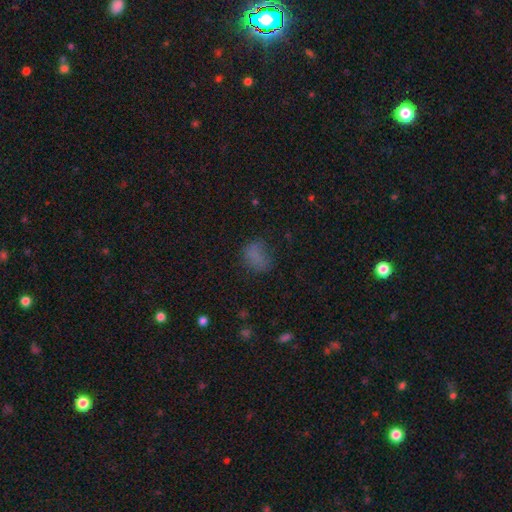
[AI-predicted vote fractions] Morphology: type=smooth (71%); roundness=in between (67%); merging=none (56%).